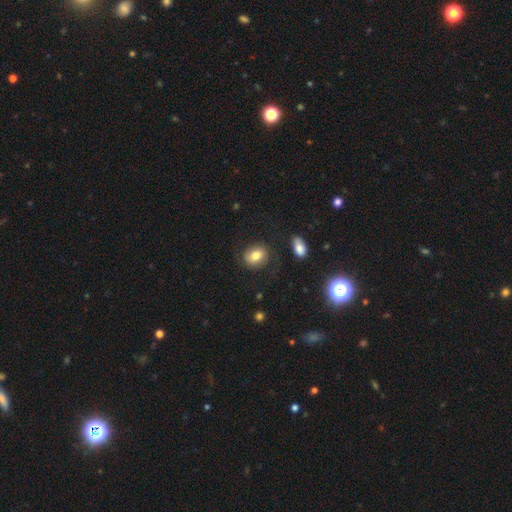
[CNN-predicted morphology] Smooth or featured?
  - smooth: 78% *
  - featured or disk: 13%
  - star or artifact: 9%
How rounded?
  - round: 53% *
  - in between: 46%
  - cigar-shaped: 1%
Merging?
  - none: 78% *
  - minor disturbance: 13%
  - major disturbance: 6%
  - merger: 3%